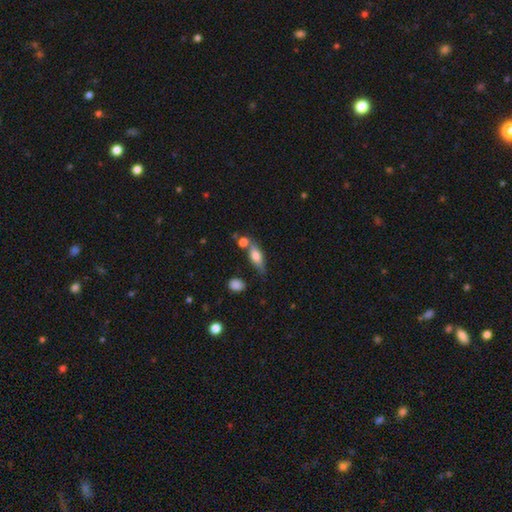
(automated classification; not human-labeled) Smooth or featured: smooth — 65% (featured or disk — 27%)
How rounded: in between — 60% (cigar-shaped — 35%)
Merging: none — 53% (merger — 23%)